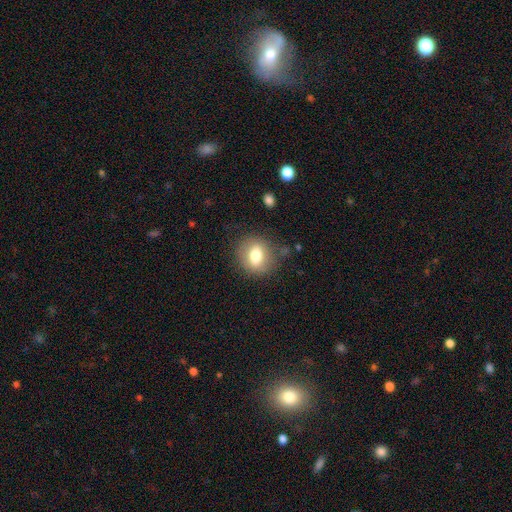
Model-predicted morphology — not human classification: This appears to be a smooth galaxy with no disk features (74%) that is round (66%). Merging: none (81%).